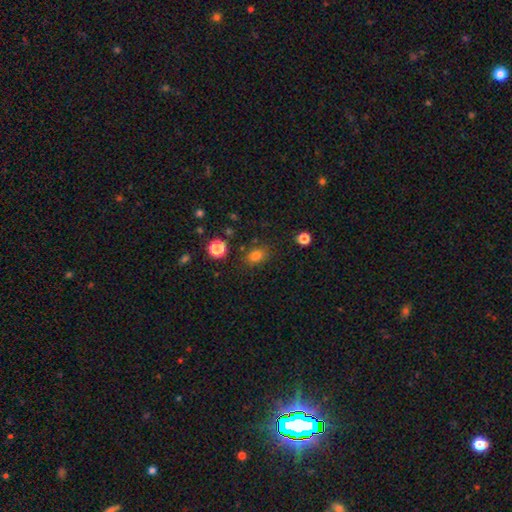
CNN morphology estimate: This is clearly a smooth galaxy (80%). How rounded: likely in between (63%). Merging: clearly none (81%).